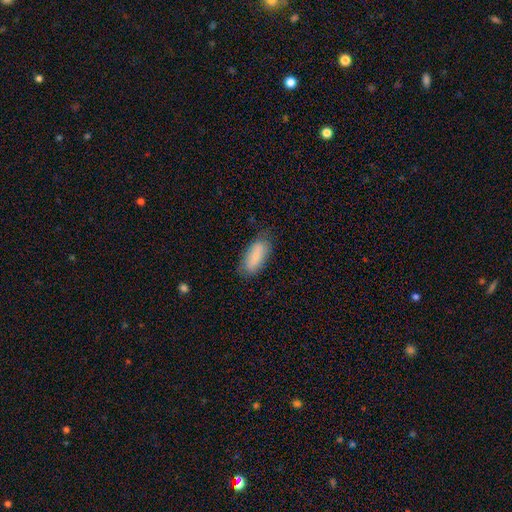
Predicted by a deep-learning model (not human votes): smooth_or_featured: smooth (p=0.81) [alt: featured or disk p=0.13]
how_rounded: in between (p=0.80) [alt: cigar-shaped p=0.18]
merging: none (p=0.77) [alt: minor disturbance p=0.17]